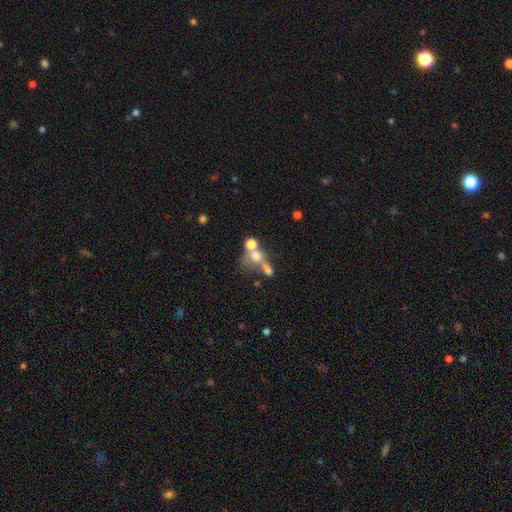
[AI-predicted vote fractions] smooth_or_featured: smooth (p=0.54) [alt: featured or disk p=0.29]
how_rounded: round (p=0.55) [alt: in between p=0.39]
merging: merger (p=0.52) [alt: none p=0.23]